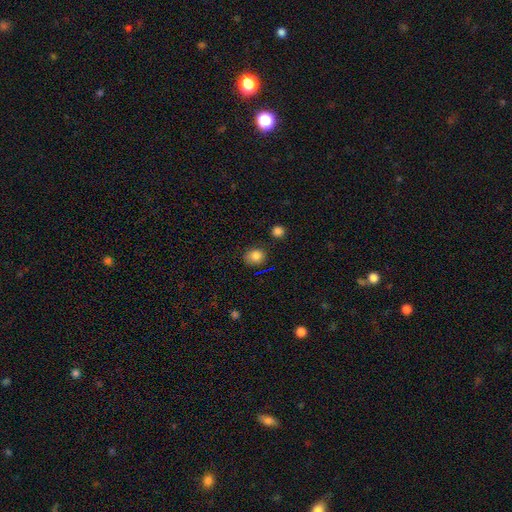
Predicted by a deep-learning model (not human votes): Morphology: type=smooth (83%); roundness=round (77%); merging=none (79%).